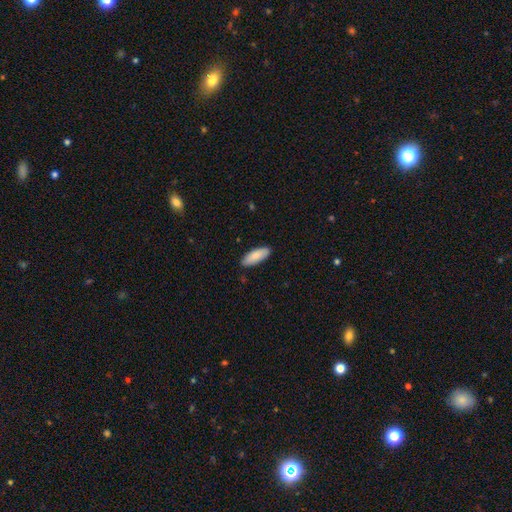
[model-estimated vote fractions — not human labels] smooth-or-featured: smooth: 84% | featured or disk: 10% | star or artifact: 6%
  how-rounded: in between: 76% | cigar-shaped: 23% | round: 2%
  merging: none: 88% | minor disturbance: 9% | major disturbance: 2% | merger: 1%